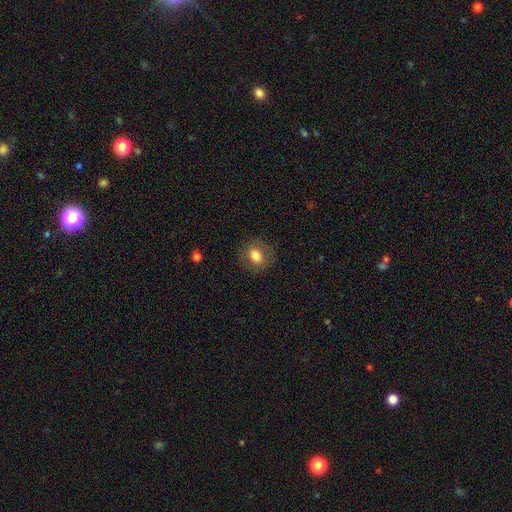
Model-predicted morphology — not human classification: smooth_or_featured: smooth (p=0.79) [alt: featured or disk p=0.12]
how_rounded: round (p=0.56) [alt: in between p=0.43]
merging: none (p=0.83) [alt: minor disturbance p=0.11]